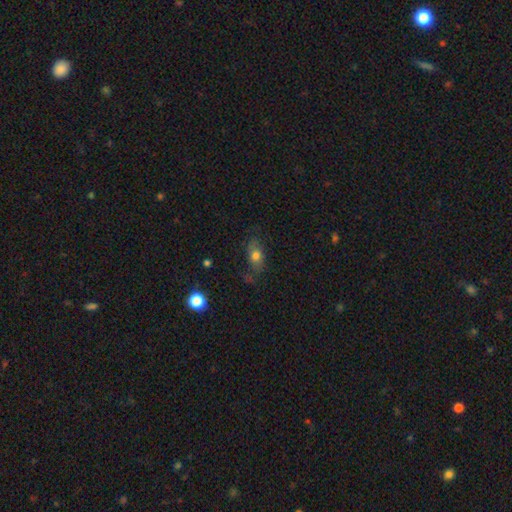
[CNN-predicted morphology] Smooth or featured? smooth (69%)
How rounded? in between (76%)
Merging? none (66%)